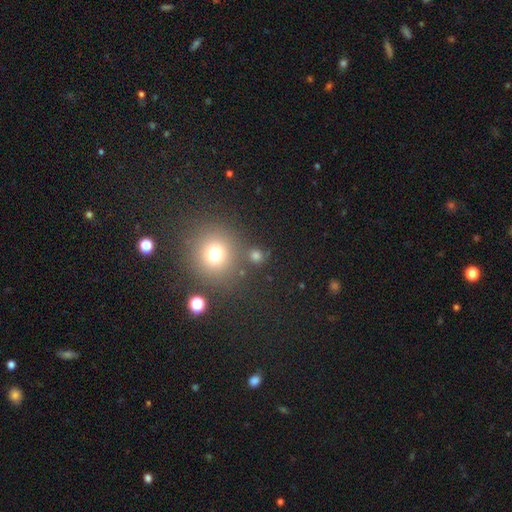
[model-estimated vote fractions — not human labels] This is likely a smooth galaxy (63%). How rounded: clearly round (88%). Merging: likely none (79%).